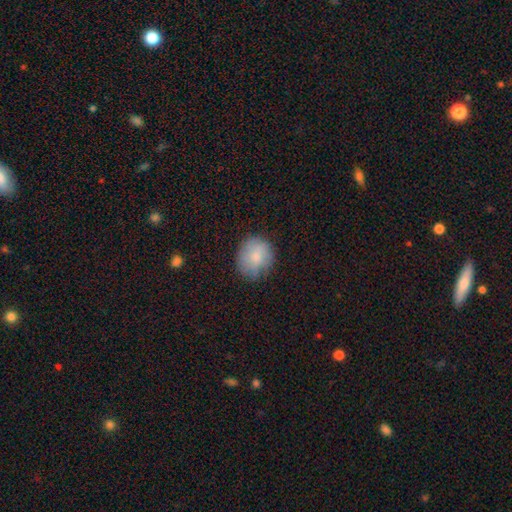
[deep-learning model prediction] The model was most divided on "how rounded": round: 74%, in between: 25%, cigar-shaped: 1%. More confident: smooth or featured — smooth (78%); merging — none (73%).